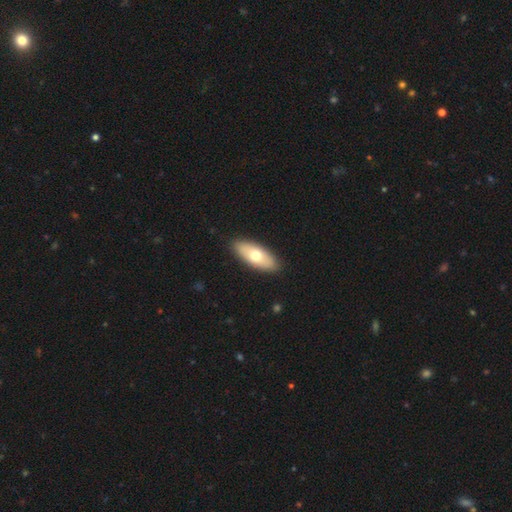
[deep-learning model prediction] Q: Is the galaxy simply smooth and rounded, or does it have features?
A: smooth — 66%.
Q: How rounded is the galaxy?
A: in between — 79%.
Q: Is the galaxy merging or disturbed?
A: none — 89%.